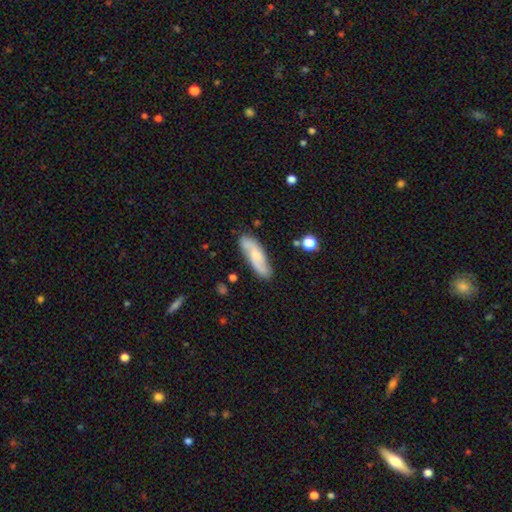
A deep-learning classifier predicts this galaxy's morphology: Q: Smooth or featured?
A: featured or disk (48%); runner-up: smooth (46%)
Q: Merging?
A: none (79%); runner-up: minor disturbance (15%)